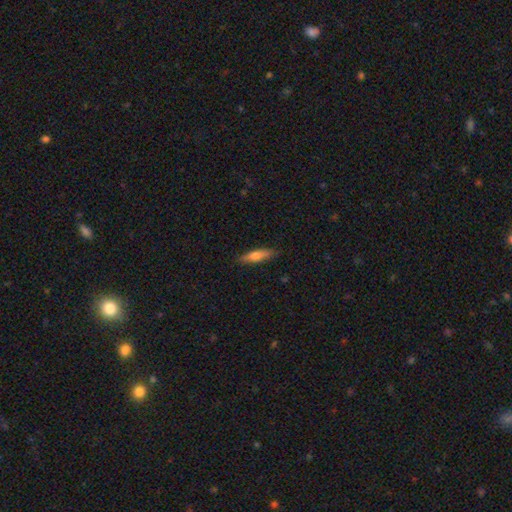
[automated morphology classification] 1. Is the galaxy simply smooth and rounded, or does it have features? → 63% smooth, 30% featured or disk, 6% star or artifact.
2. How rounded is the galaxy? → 70% cigar-shaped, 28% in between, 2% round.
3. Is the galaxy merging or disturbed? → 87% none, 10% minor disturbance, 2% major disturbance, 1% merger.